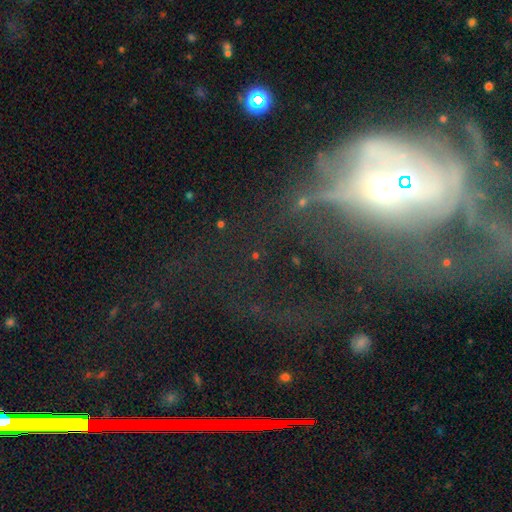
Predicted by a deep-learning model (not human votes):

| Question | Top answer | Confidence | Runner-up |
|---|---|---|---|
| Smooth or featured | star or artifact | 63% | featured or disk (19%) |